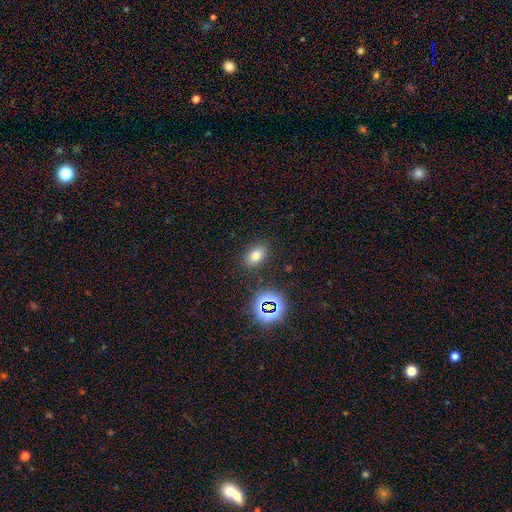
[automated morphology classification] Smooth or featured? Predicted: smooth (p=0.73). How rounded? Predicted: in between (p=0.82). Merging? Predicted: none (p=0.85).